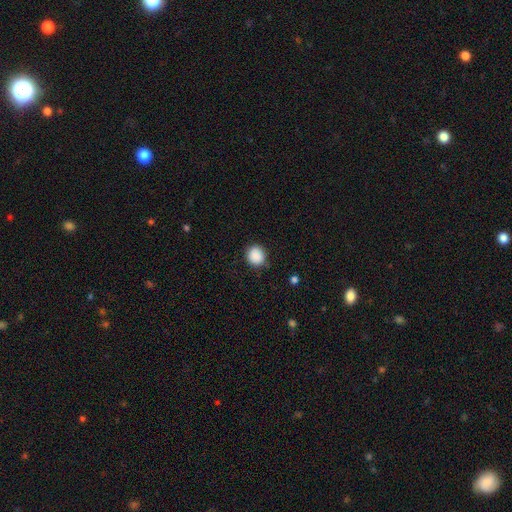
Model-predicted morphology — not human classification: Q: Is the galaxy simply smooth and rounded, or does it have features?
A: smooth — 89%.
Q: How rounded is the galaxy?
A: round — 85%.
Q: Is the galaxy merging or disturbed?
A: none — 86%.